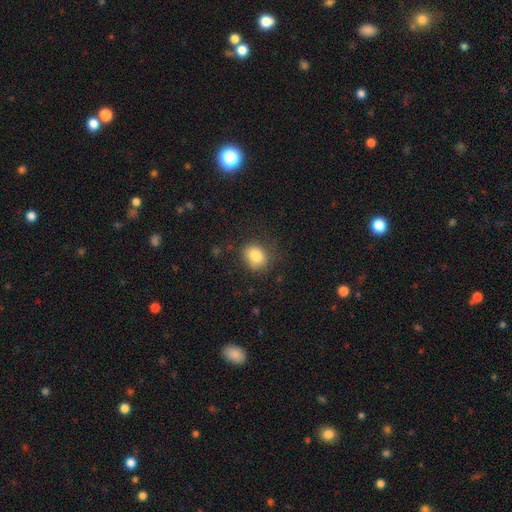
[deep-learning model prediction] A smooth galaxy with no disk features (84%) that is round (56%). Merging: none (75%).